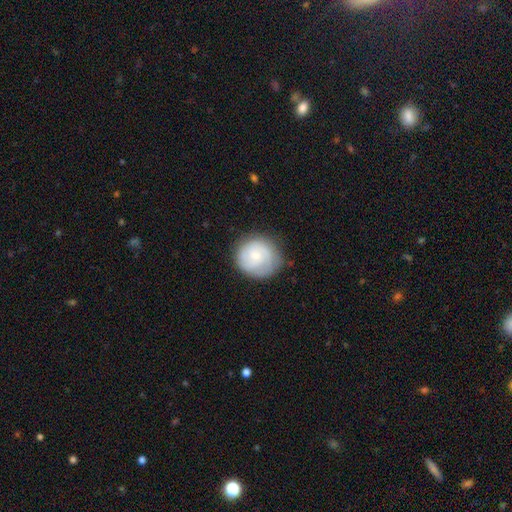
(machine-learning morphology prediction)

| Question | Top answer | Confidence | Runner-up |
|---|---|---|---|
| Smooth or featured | smooth | 48% | featured or disk (46%) |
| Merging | none | 75% | minor disturbance (17%) |